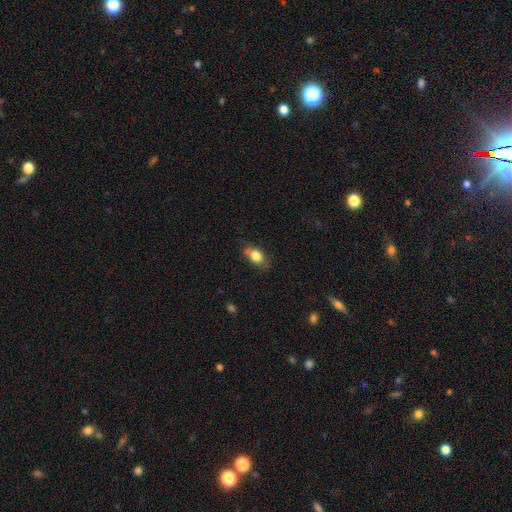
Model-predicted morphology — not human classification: smooth-or-featured: smooth: 80% | featured or disk: 12% | star or artifact: 8%
  how-rounded: in between: 84% | round: 13% | cigar-shaped: 3%
  merging: none: 66% | minor disturbance: 26% | major disturbance: 6% | merger: 2%